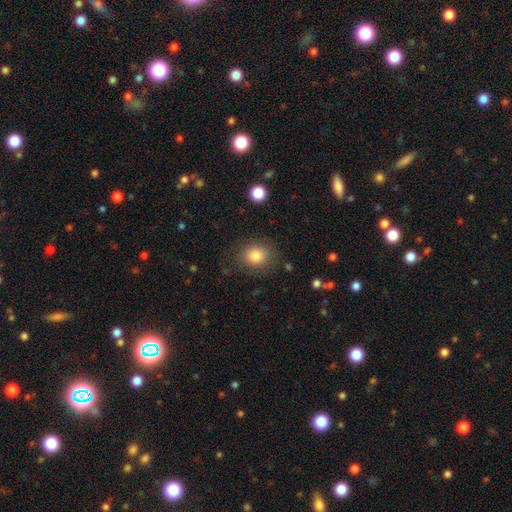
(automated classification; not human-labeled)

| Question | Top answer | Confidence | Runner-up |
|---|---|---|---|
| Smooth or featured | smooth | 83% | star or artifact (10%) |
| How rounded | round | 68% | in between (31%) |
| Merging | none | 79% | minor disturbance (13%) |